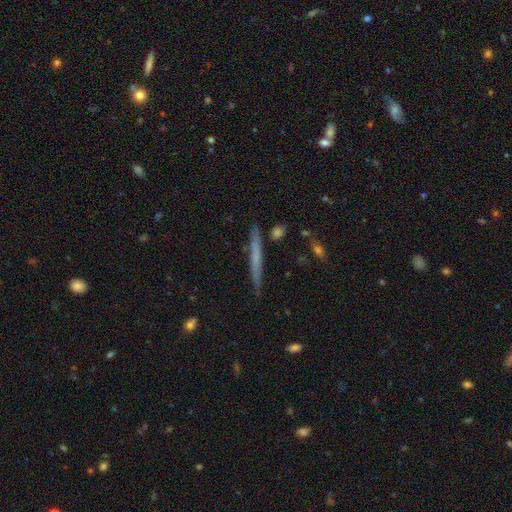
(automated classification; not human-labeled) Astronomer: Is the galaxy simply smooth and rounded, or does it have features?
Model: smooth — 48% (runner-up: featured or disk, 45%).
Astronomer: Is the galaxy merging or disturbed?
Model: none — 87%.